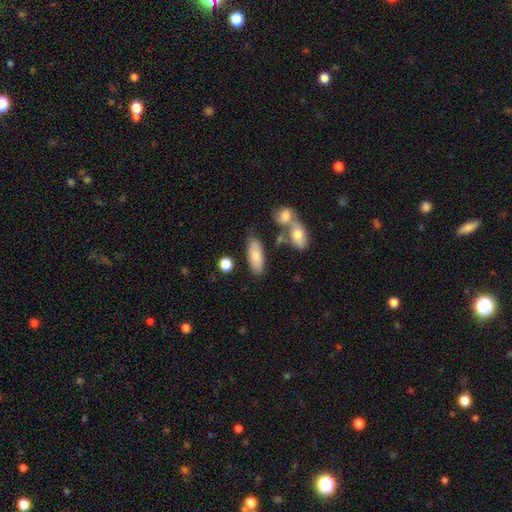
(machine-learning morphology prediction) This is clearly a smooth galaxy (81%). How rounded: likely in between (76%). Merging: likely none (70%).